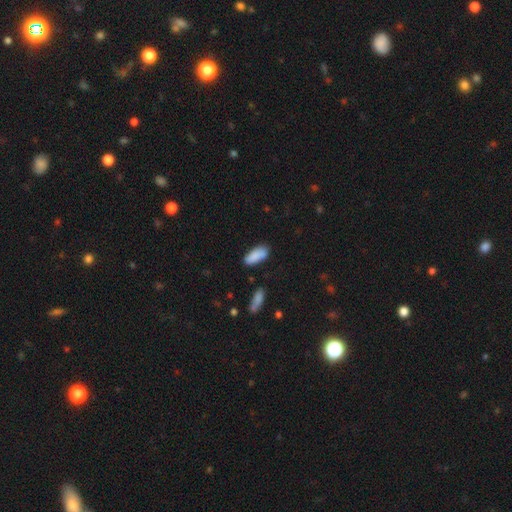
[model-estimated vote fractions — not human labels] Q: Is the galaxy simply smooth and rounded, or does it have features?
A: smooth — 87%.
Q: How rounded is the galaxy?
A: in between — 80%.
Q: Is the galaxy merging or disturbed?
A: none — 77%.